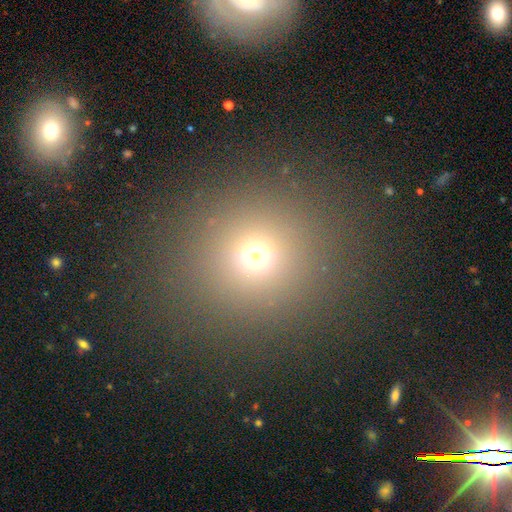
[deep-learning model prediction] smooth_or_featured: smooth (p=0.69) [alt: star or artifact p=0.23]
how_rounded: round (p=0.90) [alt: in between p=0.09]
merging: none (p=0.89) [alt: minor disturbance p=0.06]